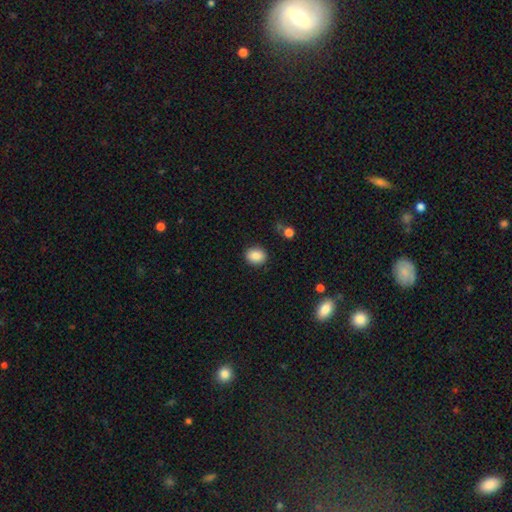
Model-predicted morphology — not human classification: Overall: smooth (88%). How rounded: round (59%; in between 40%). Merging: none (87%).